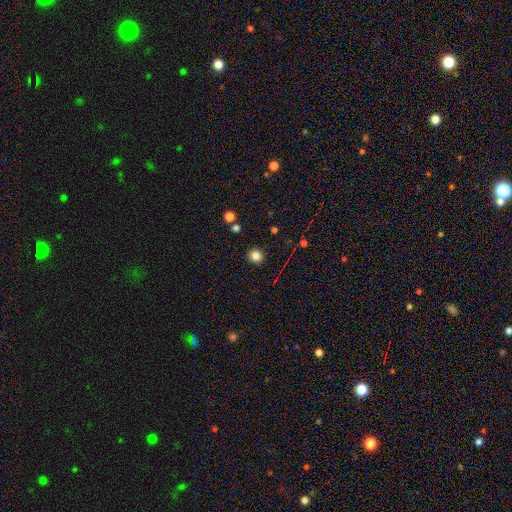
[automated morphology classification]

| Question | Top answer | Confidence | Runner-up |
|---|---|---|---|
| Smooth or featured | smooth | 82% | star or artifact (13%) |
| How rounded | round | 91% | in between (8%) |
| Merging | none | 90% | minor disturbance (6%) |